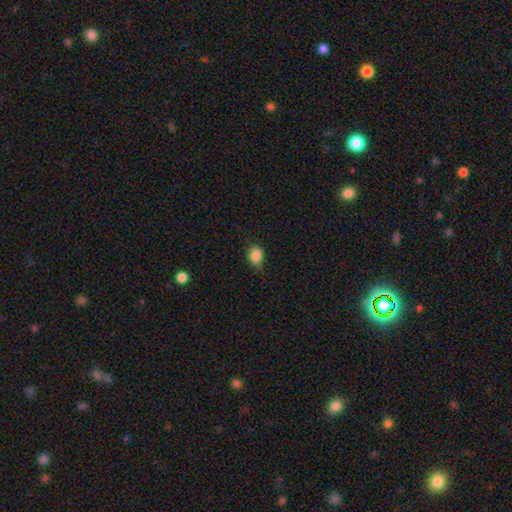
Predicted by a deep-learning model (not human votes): Smooth or featured: smooth — 86% (star or artifact — 10%)
How rounded: round — 56% (in between — 43%)
Merging: none — 74% (minor disturbance — 21%)